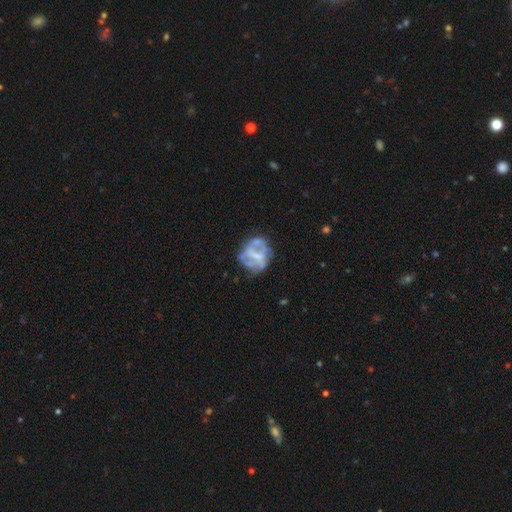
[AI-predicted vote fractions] This is likely a featured or disk galaxy (65%). It is clearly not viewed edge-on (98%). Bar: possibly no (51%). Spiral arm pattern: likely no (67%). Central bulge: marginally small (34%). Merging: possibly none (50%).